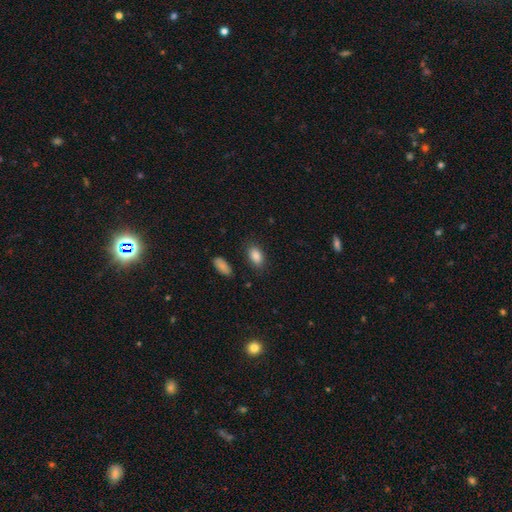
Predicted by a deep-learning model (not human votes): Smooth or featured?
  - smooth: 87% *
  - star or artifact: 8%
  - featured or disk: 5%
How rounded?
  - in between: 89% *
  - round: 9%
  - cigar-shaped: 2%
Merging?
  - none: 82% *
  - minor disturbance: 12%
  - major disturbance: 3%
  - merger: 2%